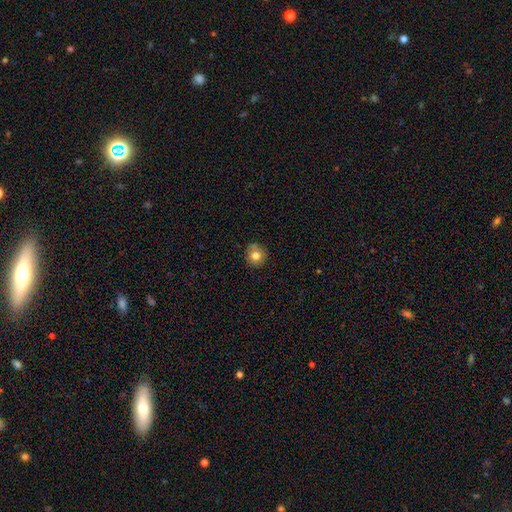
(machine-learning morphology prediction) smooth_or_featured: smooth (p=0.78) [alt: featured or disk p=0.11]
how_rounded: round (p=0.91) [alt: in between p=0.08]
merging: none (p=0.84) [alt: minor disturbance p=0.11]